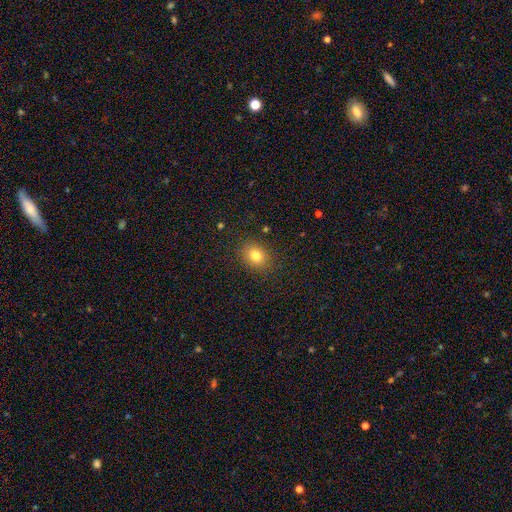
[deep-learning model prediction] Smooth or featured? smooth (80%)
How rounded? in between (50%)
Merging? none (87%)